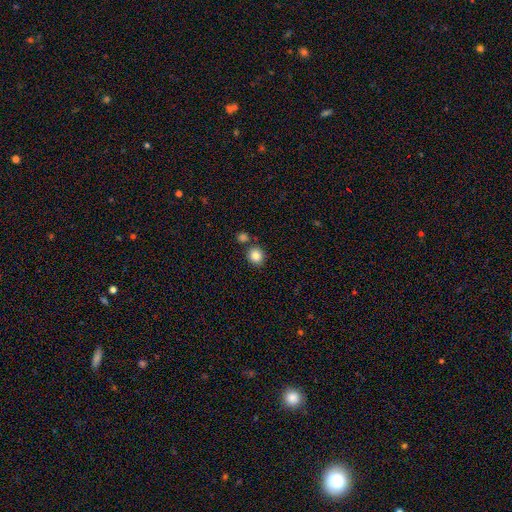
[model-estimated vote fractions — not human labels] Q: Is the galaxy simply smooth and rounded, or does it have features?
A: smooth — 85%.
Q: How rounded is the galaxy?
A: round — 79%.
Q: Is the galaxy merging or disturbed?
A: none — 77%.